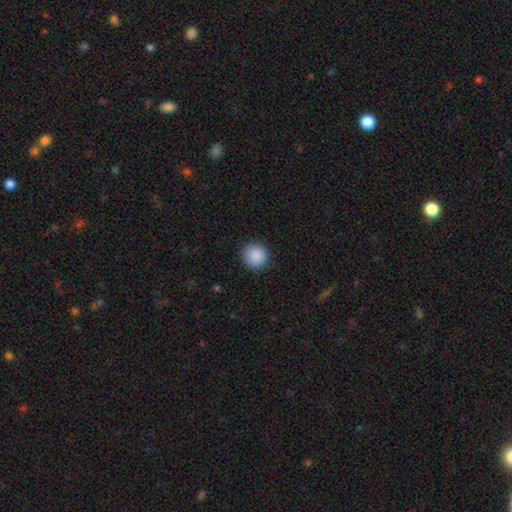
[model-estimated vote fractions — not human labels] A smooth galaxy with no disk features (89%) that is round (94%). Merging: none (91%).